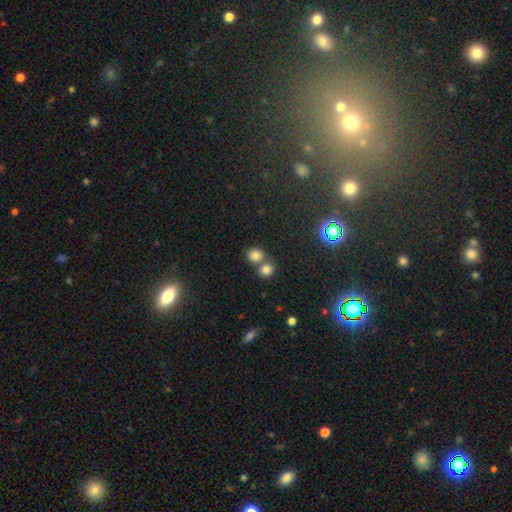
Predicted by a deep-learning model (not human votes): Smooth or featured? Predicted: smooth (p=0.78). How rounded? Predicted: round (p=0.76). Merging? Predicted: none (p=0.48).